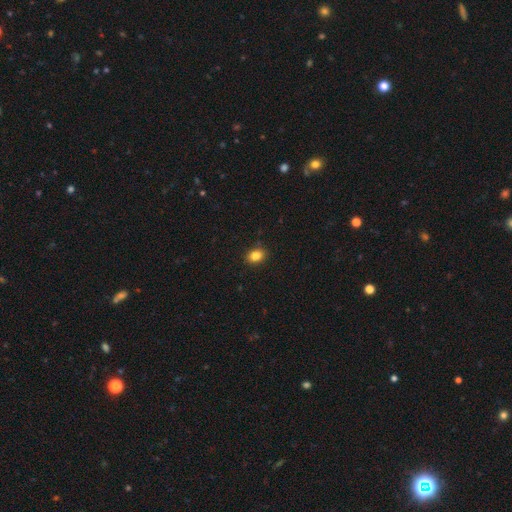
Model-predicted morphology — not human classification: smooth 85%, star or artifact 10%, featured or disk 5%. Down the decision tree: how rounded — in between (70%); merging — none (89%).